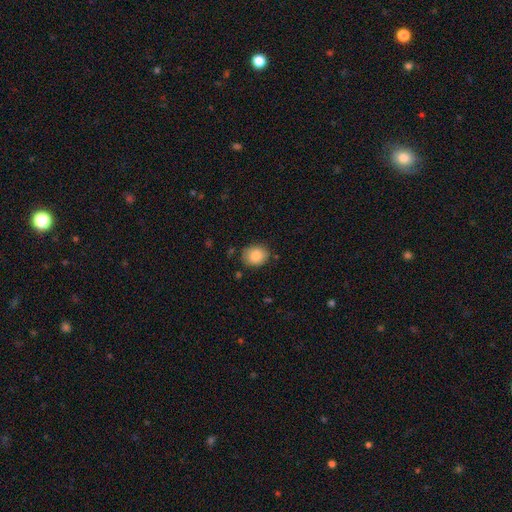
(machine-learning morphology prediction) Q: Smooth or featured?
A: smooth (85%); runner-up: star or artifact (8%)
Q: How rounded?
A: round (67%); runner-up: in between (32%)
Q: Merging?
A: none (79%); runner-up: minor disturbance (15%)